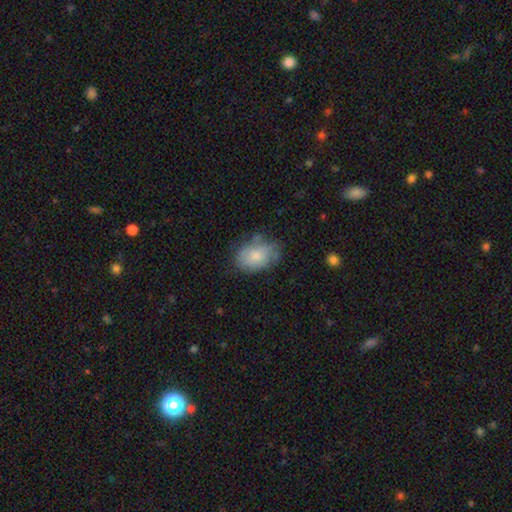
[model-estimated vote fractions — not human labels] This appears to be a smooth galaxy with no disk features (76%) that is in between round and cigar-shaped (86%). Merging: none (59%).